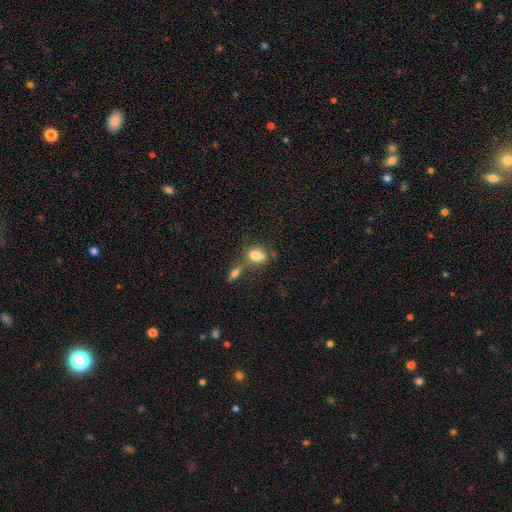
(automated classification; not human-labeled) Overall: smooth (76%). How rounded: in between (77%). Merging: none (40%; merger 36%).